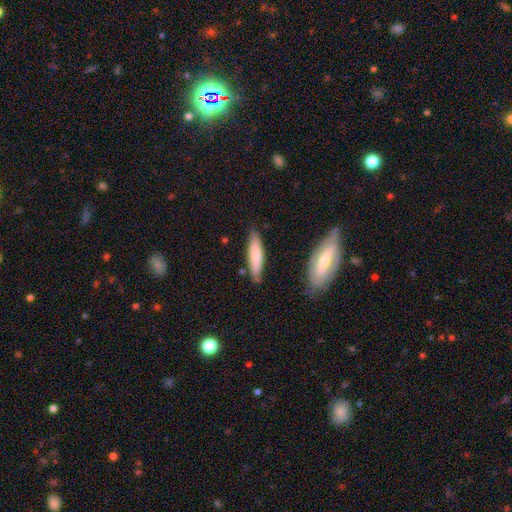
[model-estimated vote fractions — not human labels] Overall: smooth (75%). How rounded: cigar-shaped (75%). Merging: none (80%).